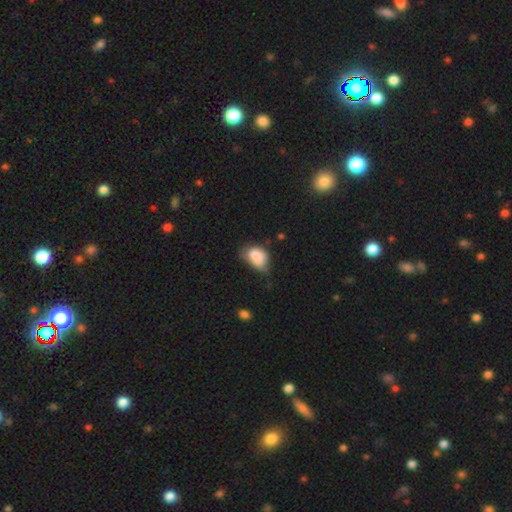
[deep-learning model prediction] Q: Smooth or featured?
A: smooth (75%); runner-up: featured or disk (16%)
Q: How rounded?
A: in between (78%); runner-up: round (20%)
Q: Merging?
A: minor disturbance (39%); runner-up: none (28%)